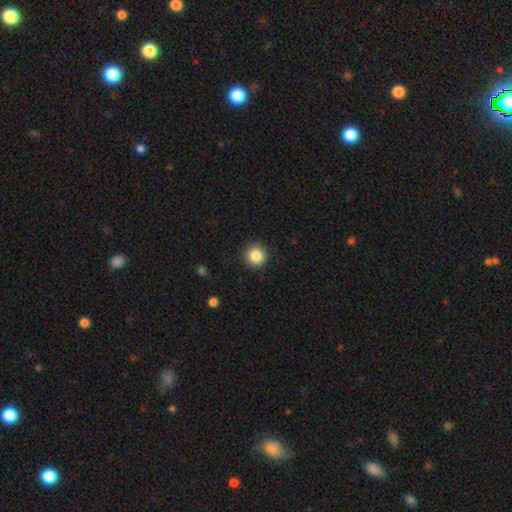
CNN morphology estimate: Smooth or featured? smooth (86%)
How rounded? round (95%)
Merging? none (91%)